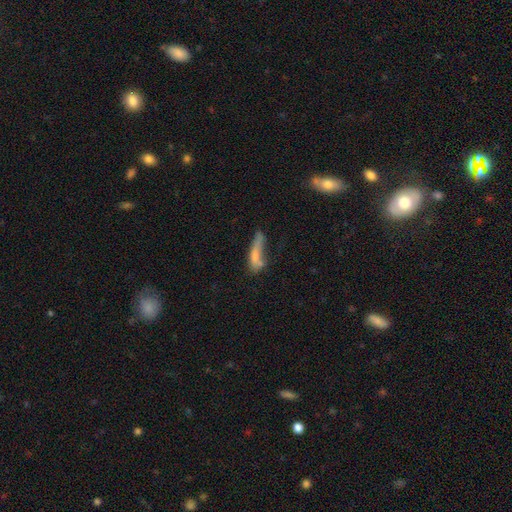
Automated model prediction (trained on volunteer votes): A smooth galaxy with no disk features (64%) that is cigar-shaped (65%). Merging: none (31%).